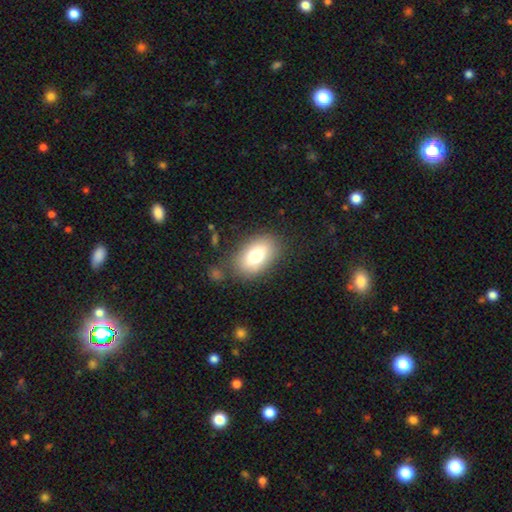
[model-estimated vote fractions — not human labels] This appears to be a smooth galaxy with no disk features (75%) that is in between round and cigar-shaped (87%). Merging: none (79%).